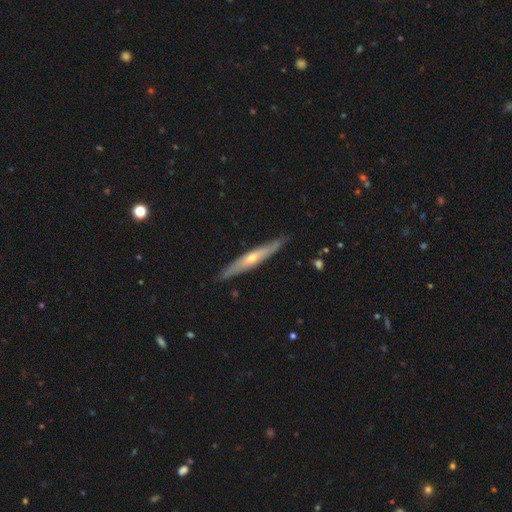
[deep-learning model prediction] Smooth or featured: featured or disk — 67% (smooth — 26%)
Edge-on disk: yes — 91% (no — 9%)
Edge-on bulge: rounded — 78% (none — 19%)
Merging: none — 87% (minor disturbance — 10%)